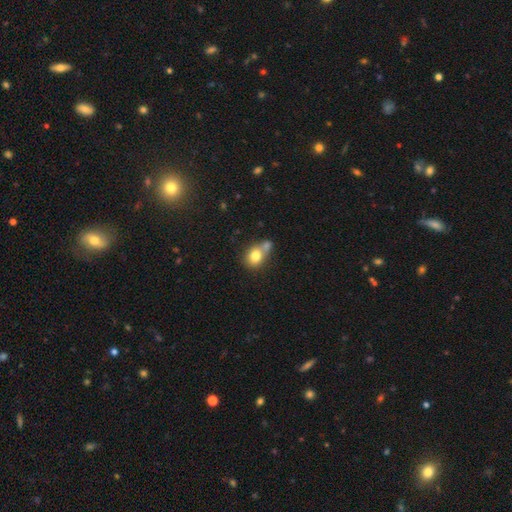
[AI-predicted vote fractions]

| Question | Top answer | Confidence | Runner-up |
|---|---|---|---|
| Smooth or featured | smooth | 78% | featured or disk (13%) |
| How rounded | round | 65% | in between (34%) |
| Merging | merger | 44% | none (38%) |